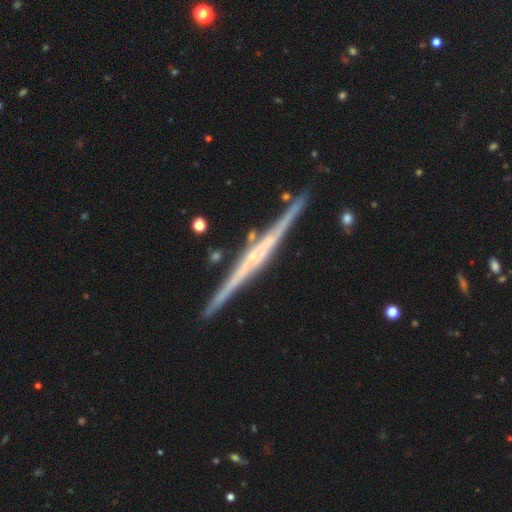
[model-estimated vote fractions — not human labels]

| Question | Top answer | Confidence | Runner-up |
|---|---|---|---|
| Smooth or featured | featured or disk | 85% | smooth (10%) |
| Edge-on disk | yes | 98% | no (2%) |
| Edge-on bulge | rounded | 40% | none (39%) |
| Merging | none | 89% | minor disturbance (8%) |